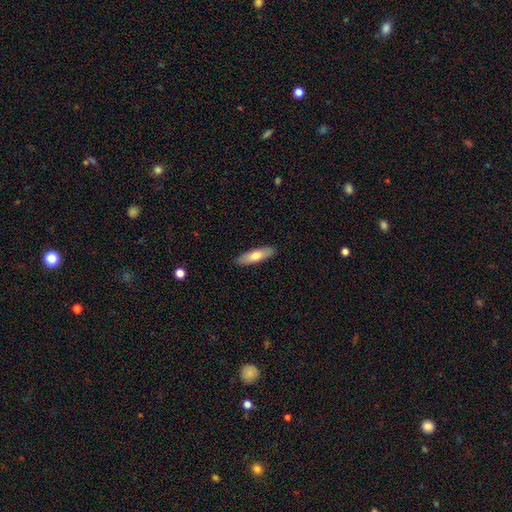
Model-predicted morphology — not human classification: This appears to be a smooth galaxy with no disk features (68%) that is cigar-shaped (62%). Merging: none (89%).